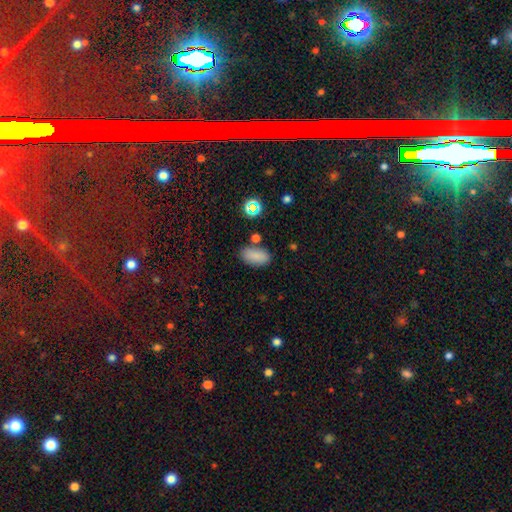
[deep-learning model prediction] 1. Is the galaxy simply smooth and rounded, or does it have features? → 82% smooth, 12% star or artifact, 6% featured or disk.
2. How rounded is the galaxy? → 91% in between, 5% round, 4% cigar-shaped.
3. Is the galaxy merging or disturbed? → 75% none, 13% minor disturbance, 8% merger, 4% major disturbance.